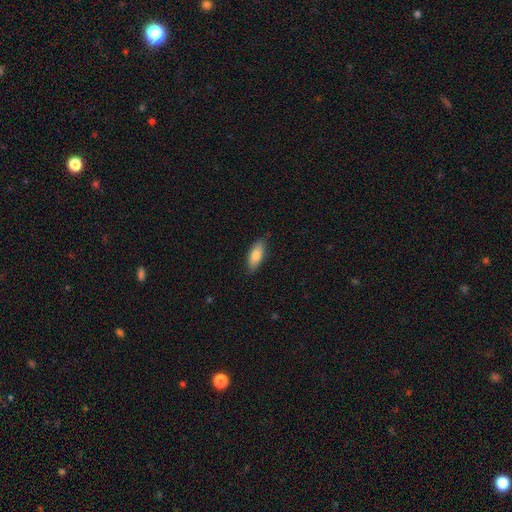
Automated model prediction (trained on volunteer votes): Smooth or featured? smooth (79%)
How rounded? in between (76%)
Merging? none (85%)